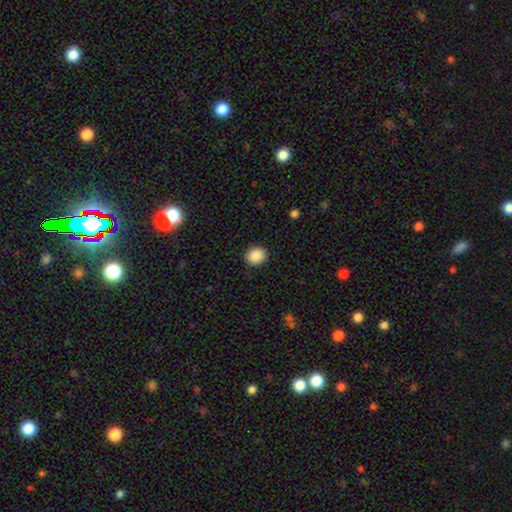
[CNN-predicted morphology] Smooth or featured? Predicted: smooth (p=0.89). How rounded? Predicted: round (p=0.74). Merging? Predicted: none (p=0.90).